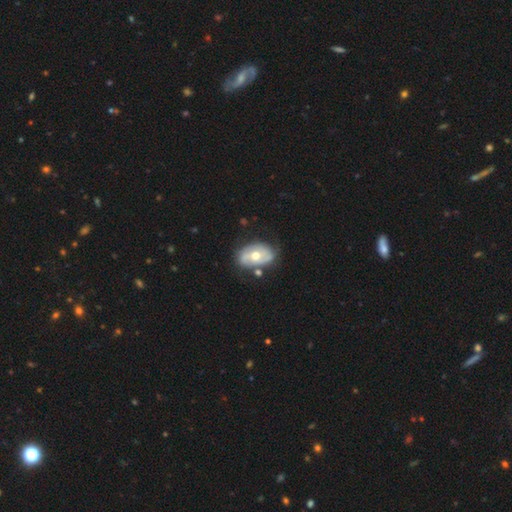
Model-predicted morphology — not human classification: This appears to be a featured or disk galaxy (62%) with no bar (66%), spiral arms (61%) and a moderate central bulge (77%). Merging: none (67%).